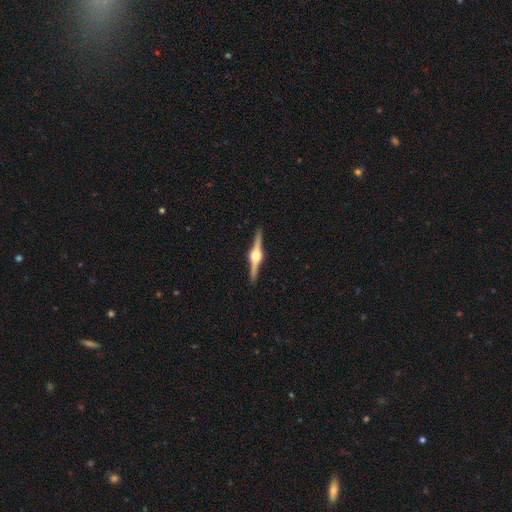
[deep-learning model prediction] This appears to be a featured or disk galaxy (89%) viewed edge-on (99%) with a rounded central bulge (95%). Merging: none (92%).